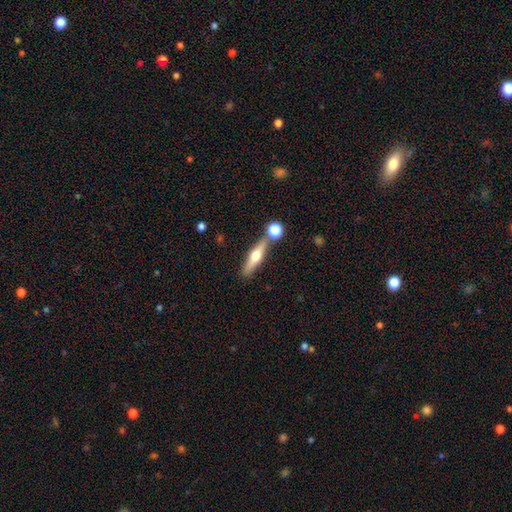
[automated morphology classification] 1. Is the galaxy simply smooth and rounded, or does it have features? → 50% featured or disk, 43% smooth, 6% star or artifact.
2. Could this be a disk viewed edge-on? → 92% yes, 8% no.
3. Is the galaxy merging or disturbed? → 73% none, 14% merger, 11% minor disturbance, 3% major disturbance.